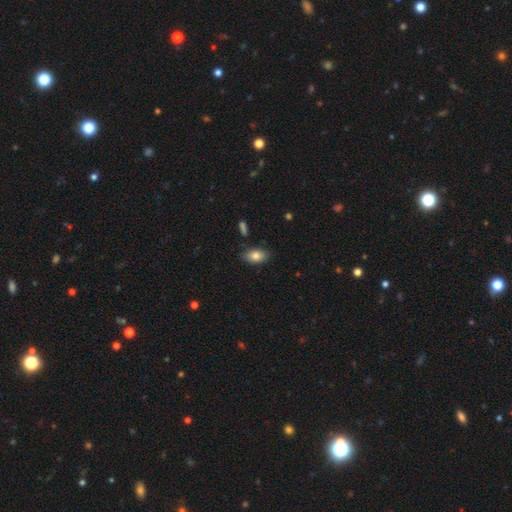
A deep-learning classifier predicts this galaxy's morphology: Smooth or featured: smooth — 82% (featured or disk — 10%)
How rounded: in between — 89% (round — 9%)
Merging: none — 82% (minor disturbance — 14%)